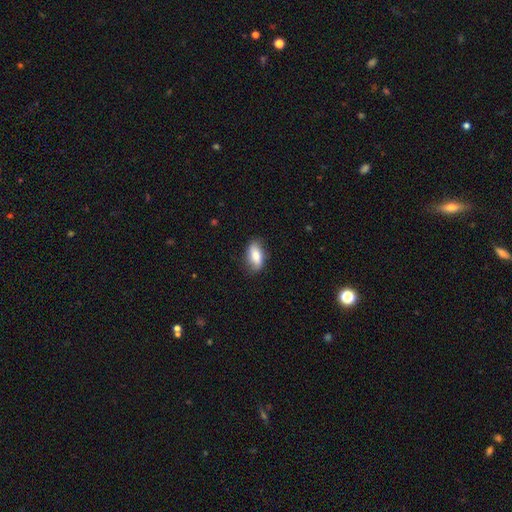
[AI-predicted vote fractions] smooth 76%, featured or disk 17%, star or artifact 7%. Down the decision tree: how rounded — in between (86%); merging — none (79%).